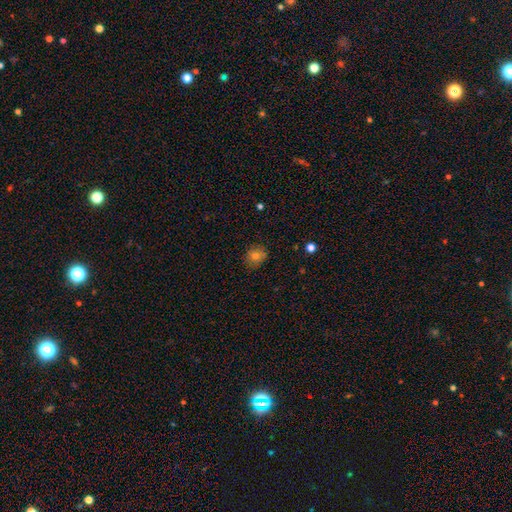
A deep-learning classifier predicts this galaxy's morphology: smooth_or_featured: smooth (p=0.75) [alt: star or artifact p=0.13]
how_rounded: round (p=0.69) [alt: in between p=0.30]
merging: none (p=0.82) [alt: minor disturbance p=0.13]